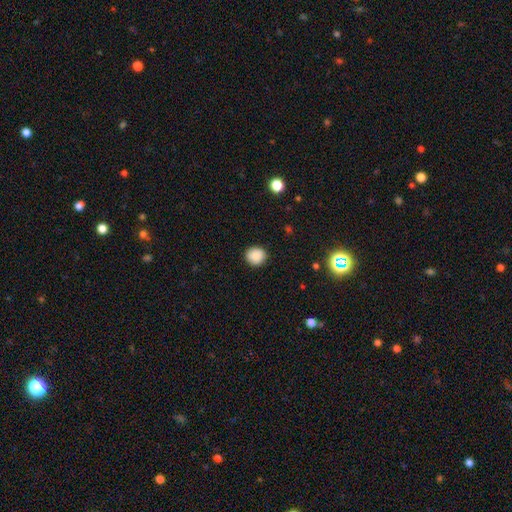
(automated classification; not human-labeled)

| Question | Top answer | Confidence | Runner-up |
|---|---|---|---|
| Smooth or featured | smooth | 88% | star or artifact (9%) |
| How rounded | round | 88% | in between (11%) |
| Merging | none | 90% | minor disturbance (7%) |